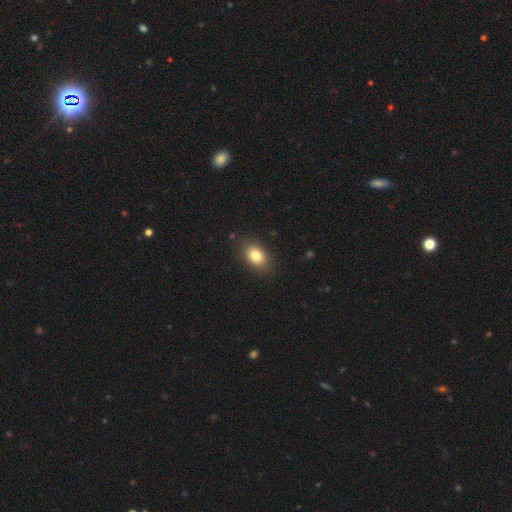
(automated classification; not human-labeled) Smooth or featured?
  - smooth: 82% *
  - star or artifact: 9%
  - featured or disk: 9%
How rounded?
  - in between: 82% *
  - round: 17%
  - cigar-shaped: 1%
Merging?
  - none: 86% *
  - minor disturbance: 10%
  - major disturbance: 3%
  - merger: 1%